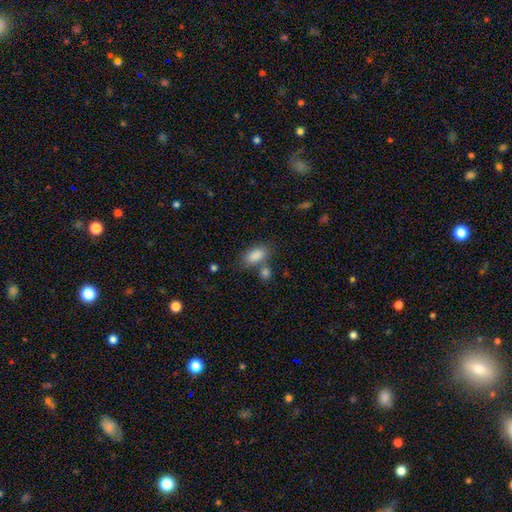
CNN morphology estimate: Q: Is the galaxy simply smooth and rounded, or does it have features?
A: smooth — 87%.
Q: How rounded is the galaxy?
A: in between — 90%.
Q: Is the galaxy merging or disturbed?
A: none — 60%.